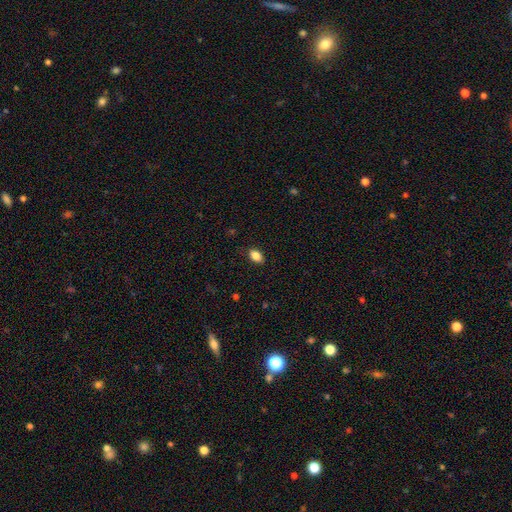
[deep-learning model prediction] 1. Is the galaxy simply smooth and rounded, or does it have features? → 86% smooth, 9% star or artifact, 5% featured or disk.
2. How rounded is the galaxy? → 88% in between, 10% round, 2% cigar-shaped.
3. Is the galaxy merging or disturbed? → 87% none, 10% minor disturbance, 2% major disturbance, 1% merger.